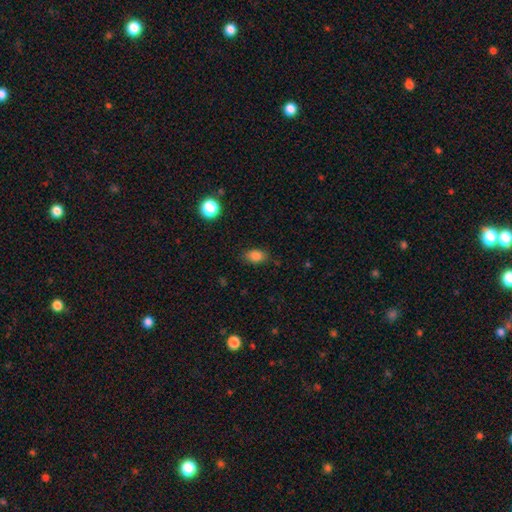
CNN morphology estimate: Smooth or featured? Predicted: smooth (p=0.85). How rounded? Predicted: in between (p=0.82). Merging? Predicted: none (p=0.81).